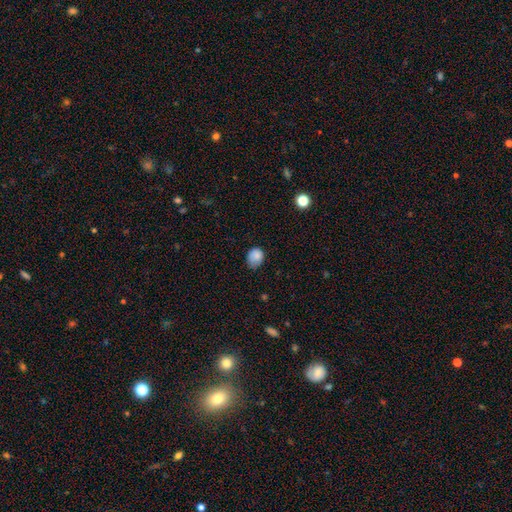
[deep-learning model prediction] A smooth galaxy with no disk features (84%) that is round (52%). Merging: none (55%).